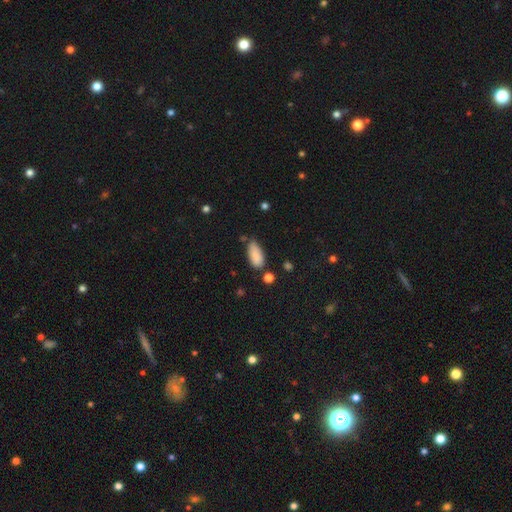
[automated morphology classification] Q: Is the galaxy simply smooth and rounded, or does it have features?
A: smooth — 87%.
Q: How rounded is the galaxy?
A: in between — 88%.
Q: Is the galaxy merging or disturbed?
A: none — 58%.